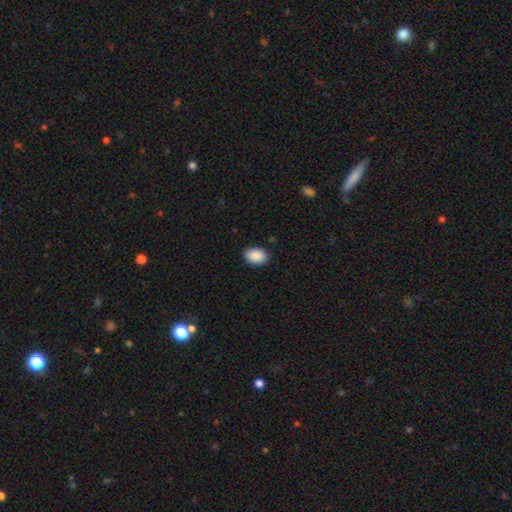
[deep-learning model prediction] Q: Smooth or featured?
A: smooth (90%); runner-up: star or artifact (7%)
Q: How rounded?
A: in between (82%); runner-up: round (17%)
Q: Merging?
A: none (86%); runner-up: minor disturbance (10%)